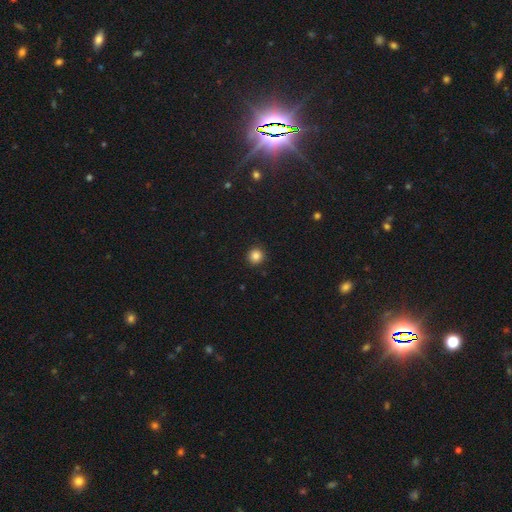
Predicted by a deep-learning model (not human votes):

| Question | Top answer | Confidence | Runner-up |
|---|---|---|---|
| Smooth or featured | smooth | 85% | star or artifact (11%) |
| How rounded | round | 94% | in between (5%) |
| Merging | none | 92% | minor disturbance (5%) |